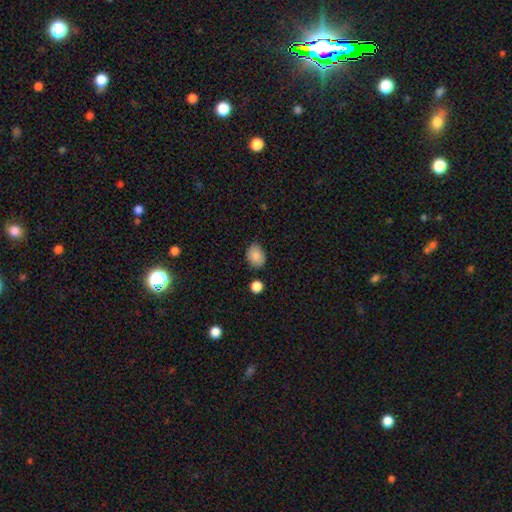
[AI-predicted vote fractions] A smooth galaxy with no disk features (87%) that is in between round and cigar-shaped (68%).

Vote fractions:
- Smooth or featured? smooth: 87% / star or artifact: 8% / featured or disk: 5%
- How rounded? in between: 68% / round: 31% / cigar-shaped: 1%
- Merging? none: 80% / minor disturbance: 14% / merger: 3% / major disturbance: 3%